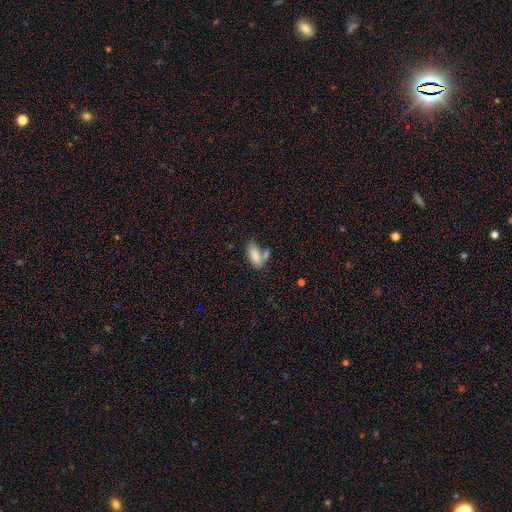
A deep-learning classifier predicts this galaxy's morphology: A smooth galaxy with no disk features (83%) that is in between round and cigar-shaped (80%). Merging: none (43%).